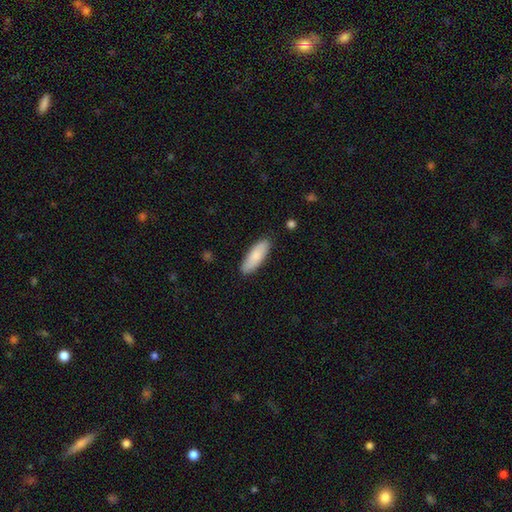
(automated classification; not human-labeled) smooth_or_featured: smooth (p=0.83) [alt: featured or disk p=0.12]
how_rounded: in between (p=0.59) [alt: cigar-shaped p=0.39]
merging: none (p=0.87) [alt: minor disturbance p=0.10]